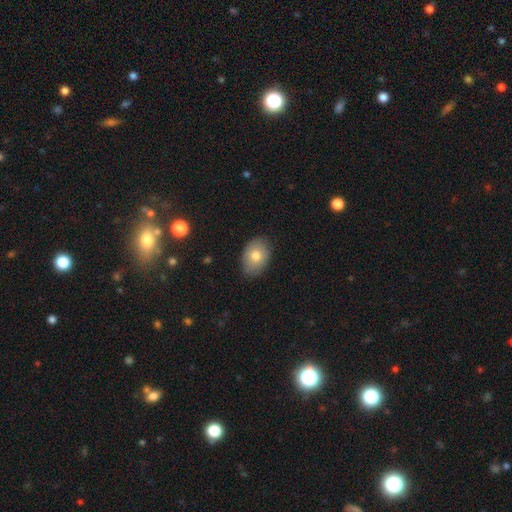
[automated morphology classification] Smooth or featured? Predicted: smooth (p=0.76). How rounded? Predicted: in between (p=0.78). Merging? Predicted: none (p=0.82).